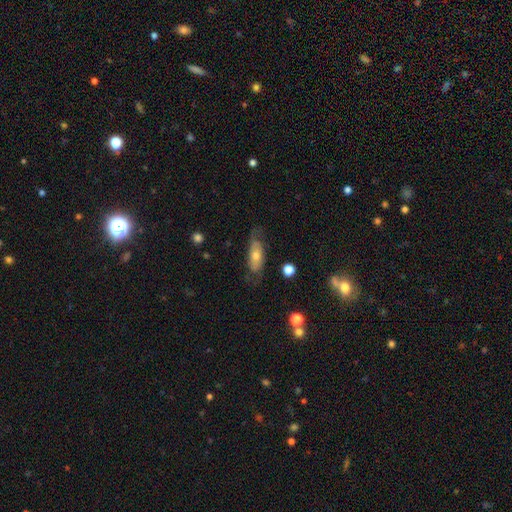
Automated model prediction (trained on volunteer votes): A featured or disk galaxy (47%).

Vote fractions:
- Smooth or featured? featured or disk: 47% / smooth: 44% / star or artifact: 9%
- Merging? none: 63% / minor disturbance: 24% / major disturbance: 12% / merger: 2%